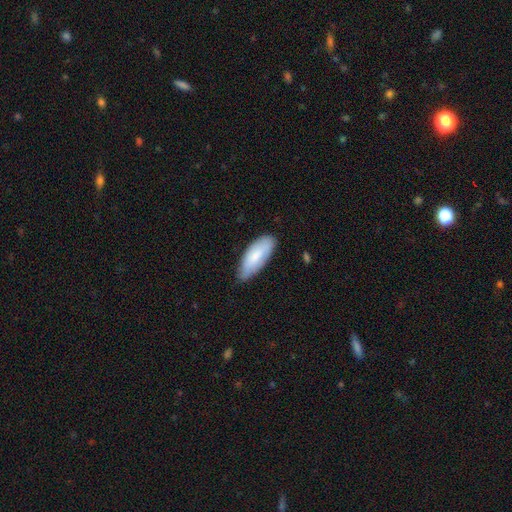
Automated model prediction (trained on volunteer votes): Q: Smooth or featured?
A: smooth (78%); runner-up: featured or disk (17%)
Q: How rounded?
A: in between (79%); runner-up: cigar-shaped (19%)
Q: Merging?
A: none (69%); runner-up: minor disturbance (25%)